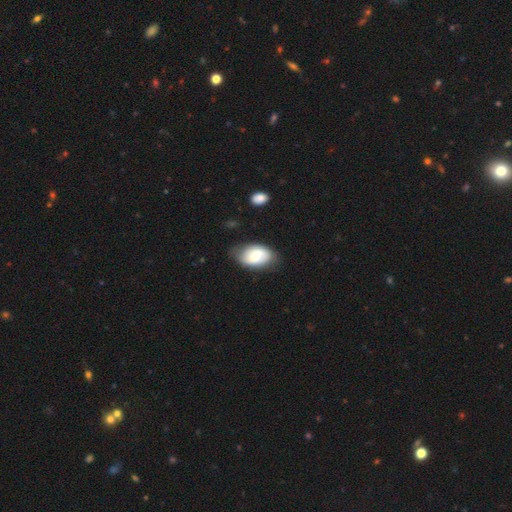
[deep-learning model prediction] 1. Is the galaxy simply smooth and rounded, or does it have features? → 63% smooth, 30% featured or disk, 6% star or artifact.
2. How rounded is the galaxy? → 91% in between, 8% round, 1% cigar-shaped.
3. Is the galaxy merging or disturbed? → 70% none, 23% minor disturbance, 5% major disturbance, 2% merger.